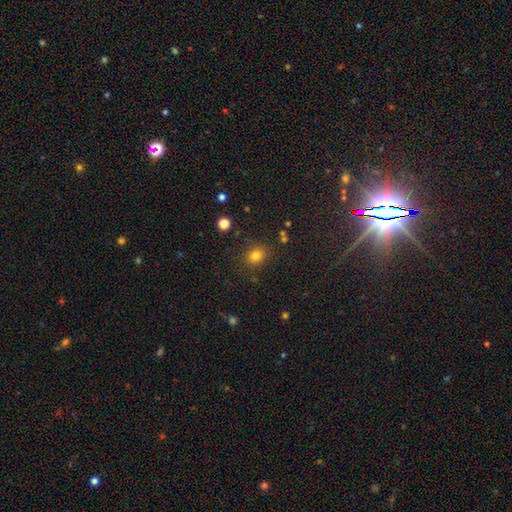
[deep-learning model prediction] smooth-or-featured: smooth: 79% | star or artifact: 15% | featured or disk: 6%
  how-rounded: round: 67% | in between: 32% | cigar-shaped: 1%
  merging: none: 82% | minor disturbance: 11% | major disturbance: 4% | merger: 3%